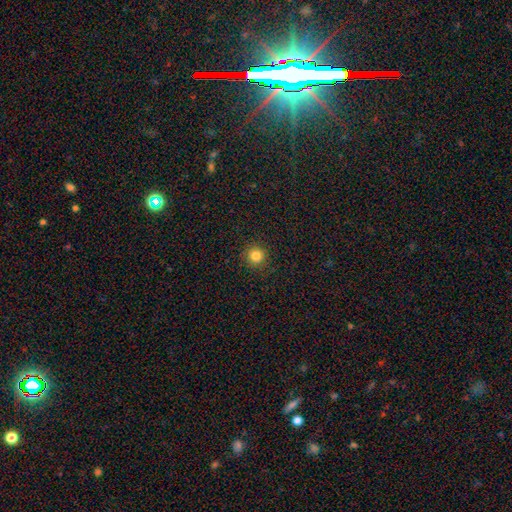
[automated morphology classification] smooth_or_featured: smooth (p=0.82) [alt: star or artifact p=0.13]
how_rounded: round (p=0.95) [alt: in between p=0.04]
merging: none (p=0.92) [alt: minor disturbance p=0.05]